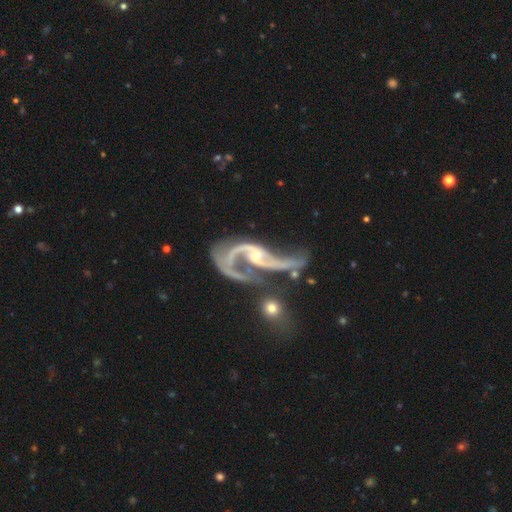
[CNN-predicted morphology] featured or disk 89%, star or artifact 6%, smooth 5%. Down the decision tree: edge-on disk — no (95%); bar — no (45%); spiral arms — yes (93%); spiral arm count — 2 (81%); spiral winding — loose (59%); bulge size — small (56%); merging — merger (36%).